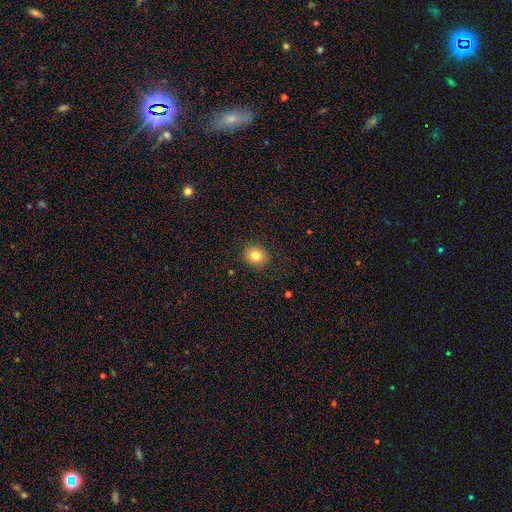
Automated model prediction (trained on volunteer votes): smooth 83%, star or artifact 10%, featured or disk 7%. Down the decision tree: how rounded — round (74%); merging — none (89%).